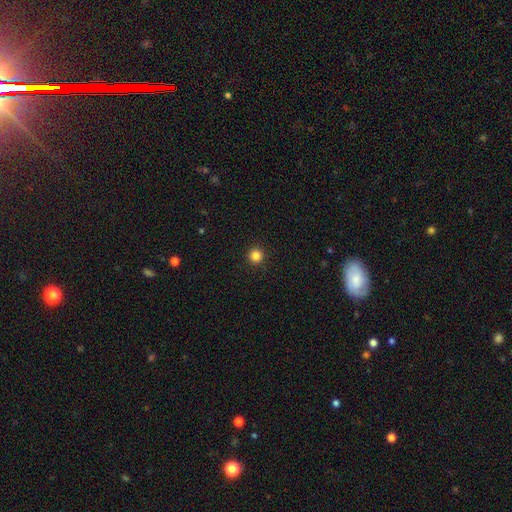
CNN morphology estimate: This is clearly a smooth galaxy (84%). How rounded: clearly round (96%). Merging: clearly none (93%).